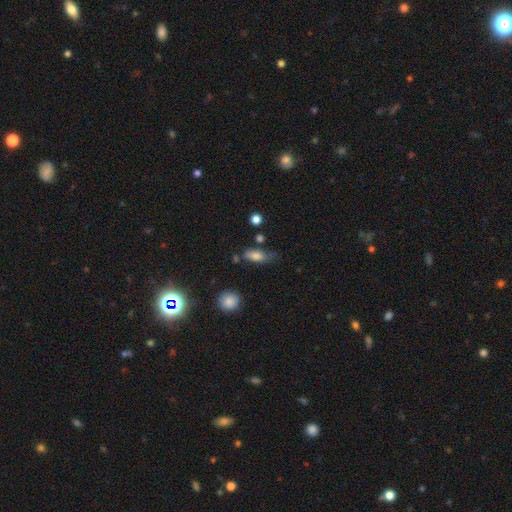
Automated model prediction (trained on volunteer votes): Morphology: type=smooth (79%); roundness=in between (81%); merging=none (46%).